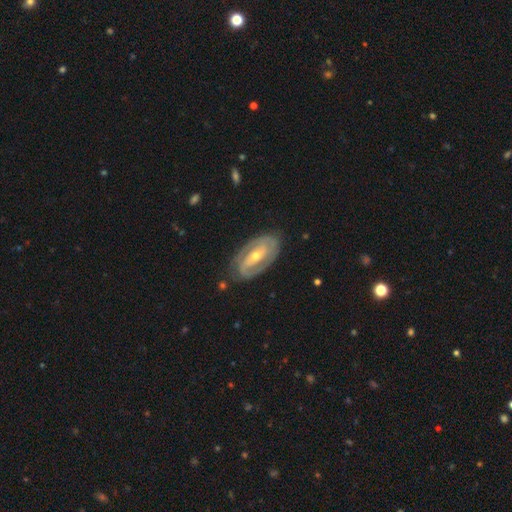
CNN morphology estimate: This appears to be a featured or disk galaxy (82%) with a strong bar (34%), 2 (71%) tight (60%) spiral arms (85%) and a small central bulge (54%). Merging: none (78%).